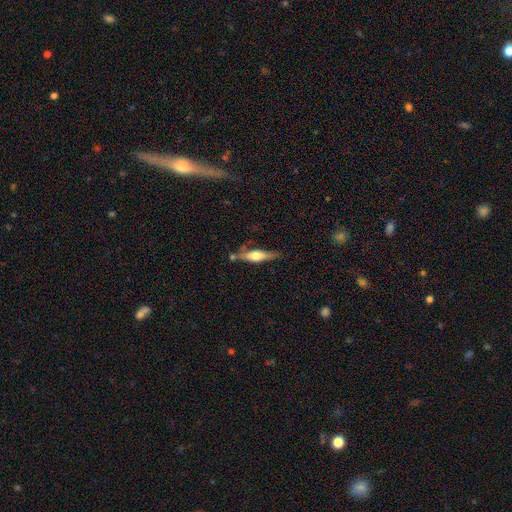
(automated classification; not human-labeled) Morphology: type=featured or disk (57%); edge-on=yes (92%); edge-on bulge=rounded (87%); merging=none (68%).